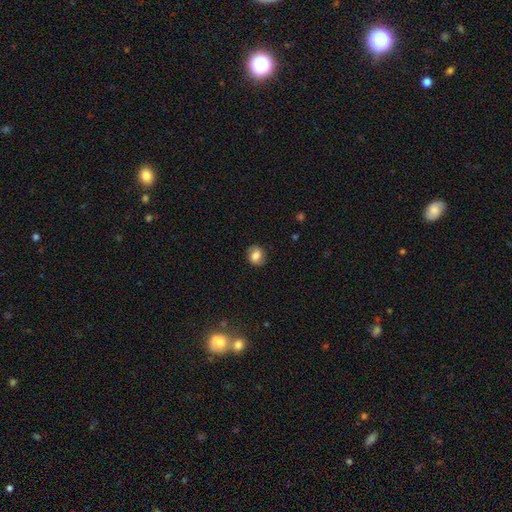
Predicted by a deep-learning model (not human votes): This appears to be a smooth galaxy with no disk features (64%) that is round (60%). Merging: none (82%).